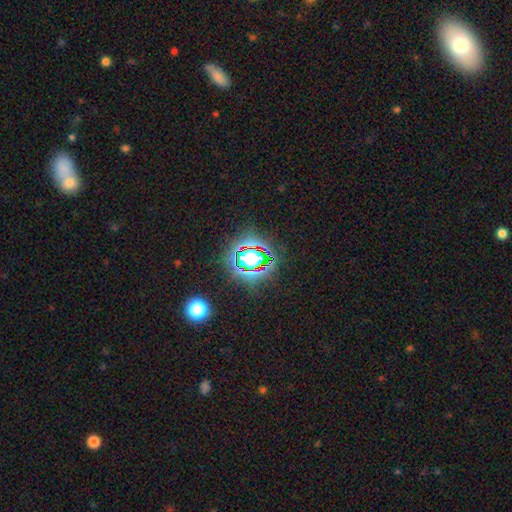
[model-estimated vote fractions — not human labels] This appears to be a star or artifact, not a galaxy (71%).